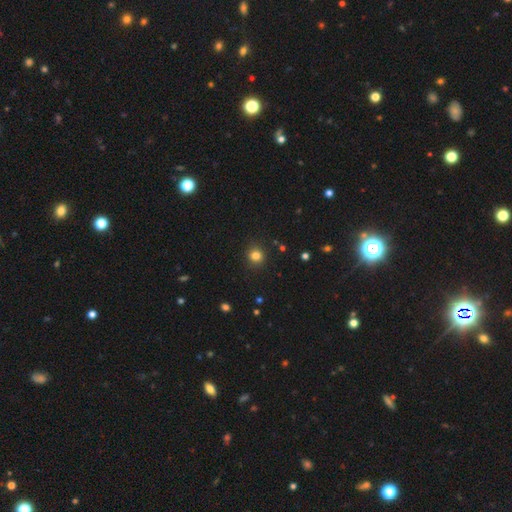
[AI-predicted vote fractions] smooth_or_featured: smooth (p=0.81) [alt: star or artifact p=0.14]
how_rounded: round (p=0.85) [alt: in between p=0.14]
merging: none (p=0.89) [alt: minor disturbance p=0.08]